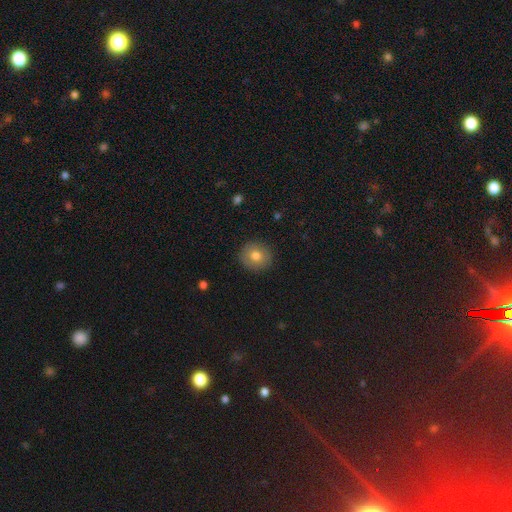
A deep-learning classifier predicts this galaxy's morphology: smooth_or_featured: smooth (p=0.78) [alt: featured or disk p=0.13]
how_rounded: round (p=0.90) [alt: in between p=0.09]
merging: none (p=0.91) [alt: minor disturbance p=0.06]